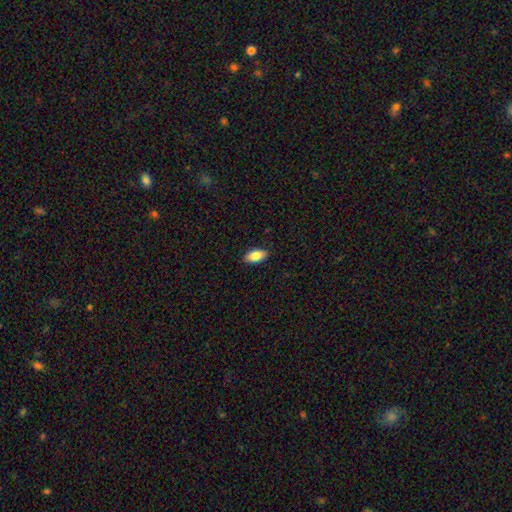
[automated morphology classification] Smooth or featured? Predicted: smooth (p=0.84). How rounded? Predicted: in between (p=0.94). Merging? Predicted: none (p=0.89).